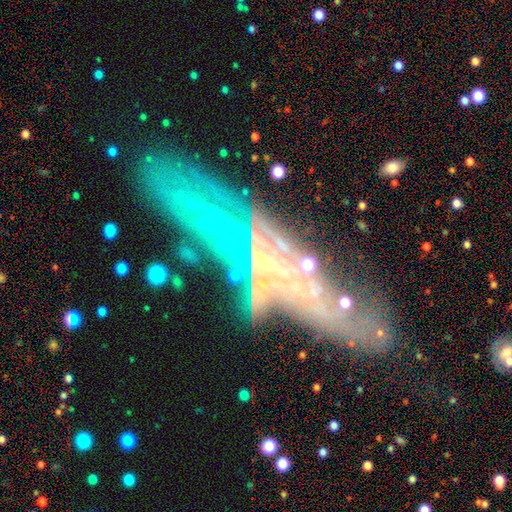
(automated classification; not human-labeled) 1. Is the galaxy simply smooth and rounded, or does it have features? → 65% featured or disk, 17% star or artifact, 17% smooth.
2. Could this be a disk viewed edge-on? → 70% yes, 30% no.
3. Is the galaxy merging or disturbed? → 78% none, 13% minor disturbance, 5% major disturbance, 4% merger.